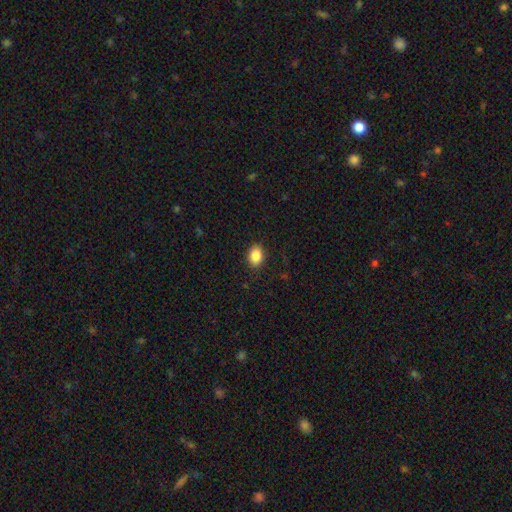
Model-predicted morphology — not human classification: Overall: smooth (87%). How rounded: in between (77%). Merging: none (89%).